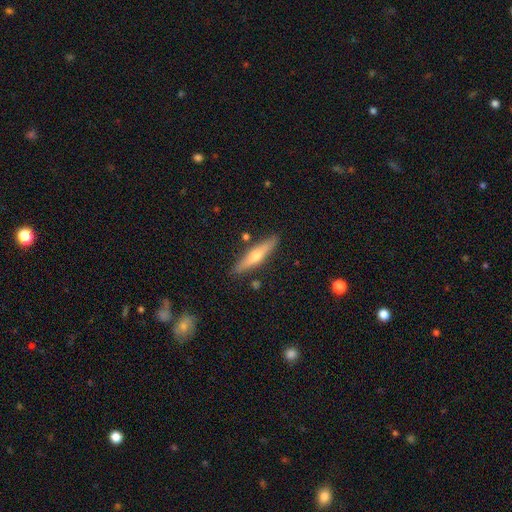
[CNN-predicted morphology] Smooth or featured? Predicted: featured or disk (p=0.52). Edge-on disk? Predicted: yes (p=0.93). Merging? Predicted: none (p=0.86).